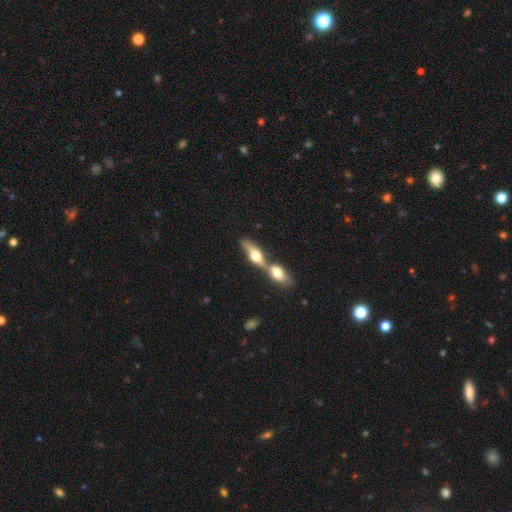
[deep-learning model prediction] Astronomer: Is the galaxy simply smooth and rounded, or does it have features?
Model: featured or disk — 48% (runner-up: smooth, 45%).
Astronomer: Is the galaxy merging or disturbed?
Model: merger — 65%.